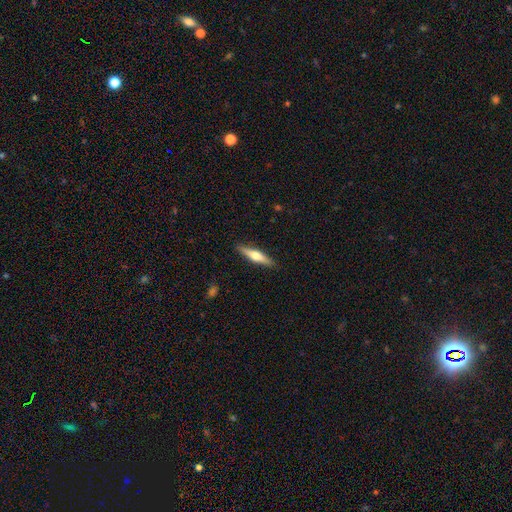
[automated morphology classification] A featured or disk galaxy (52%) viewed edge-on (95%).

Vote fractions:
- Smooth or featured? featured or disk: 52% / smooth: 42% / star or artifact: 5%
- Edge-on disk? yes: 95% / no: 5%
- Merging? none: 90% / minor disturbance: 7% / major disturbance: 2% / merger: 1%